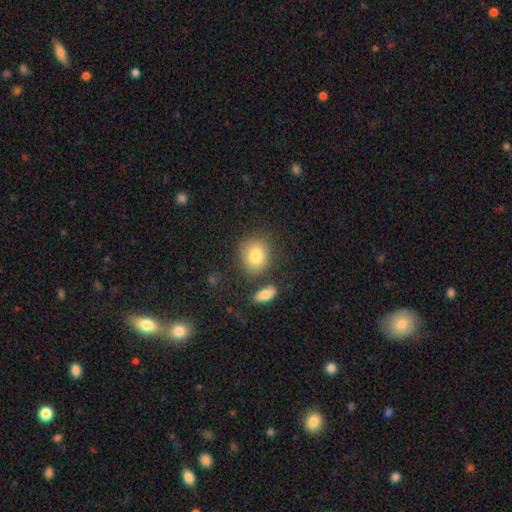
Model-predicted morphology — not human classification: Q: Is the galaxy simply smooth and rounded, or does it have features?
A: smooth — 82%.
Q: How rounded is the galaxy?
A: round — 65%.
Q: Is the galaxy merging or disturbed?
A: none — 74%.